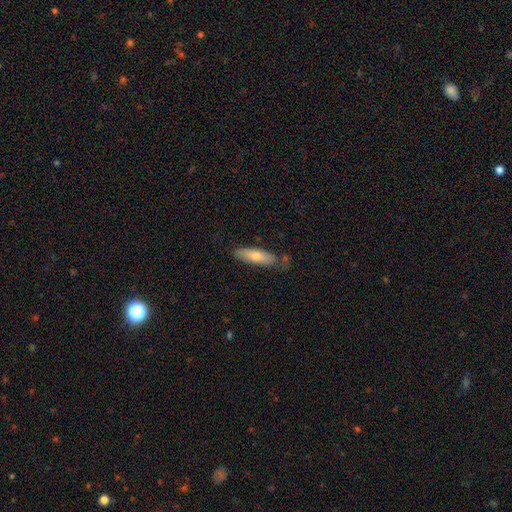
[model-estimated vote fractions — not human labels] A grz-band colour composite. It shows a smooth galaxy with no disk features (69%) that is cigar-shaped (64%). Merging: none (72%).